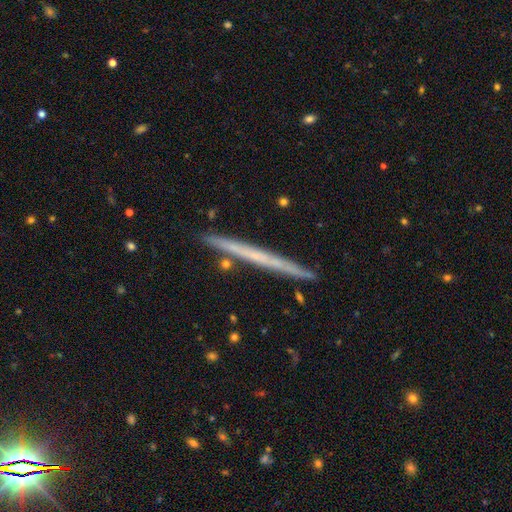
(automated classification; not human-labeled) Smooth or featured?
  - featured or disk: 57% *
  - smooth: 37%
  - star or artifact: 6%
Edge-on disk?
  - yes: 98% *
  - no: 2%
Edge-on bulge?
  - none: 89% *
  - rounded: 8%
  - boxy: 3%
Merging?
  - none: 91% *
  - minor disturbance: 7%
  - merger: 2%
  - major disturbance: 1%